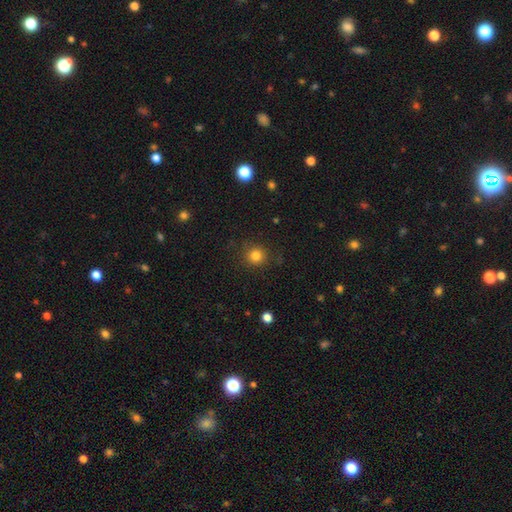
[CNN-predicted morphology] Smooth or featured? Predicted: smooth (p=0.82). How rounded? Predicted: round (p=0.93). Merging? Predicted: none (p=0.87).